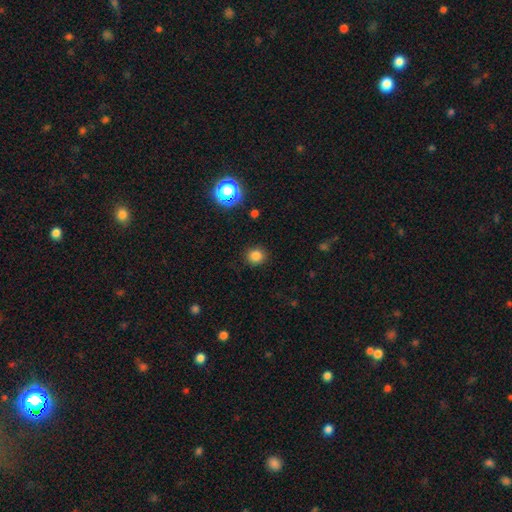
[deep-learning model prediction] Q: Smooth or featured?
A: smooth (81%); runner-up: star or artifact (15%)
Q: How rounded?
A: round (89%); runner-up: in between (10%)
Q: Merging?
A: none (90%); runner-up: minor disturbance (7%)